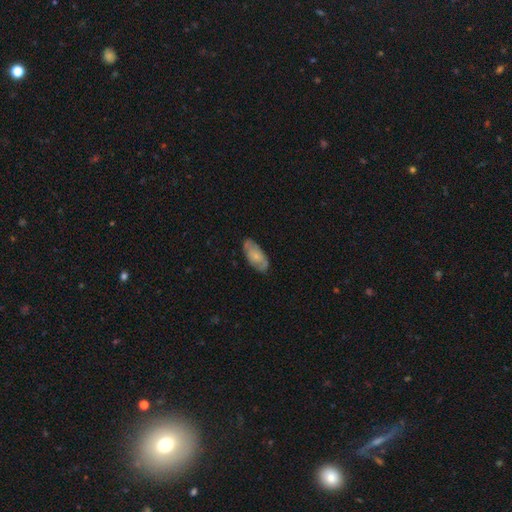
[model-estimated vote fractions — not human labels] Smooth or featured? Predicted: smooth (p=0.56). How rounded? Predicted: in between (p=0.88). Merging? Predicted: none (p=0.76).